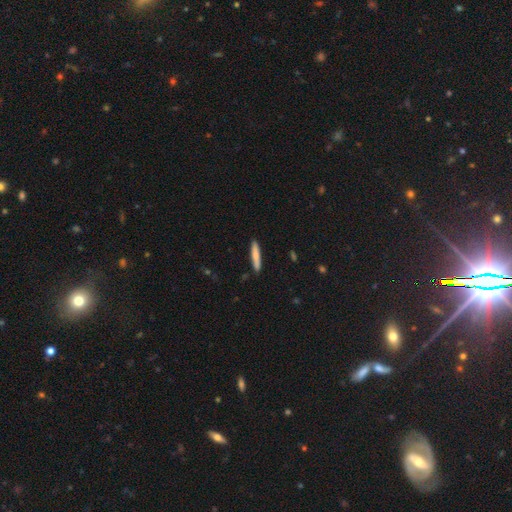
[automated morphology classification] type=smooth (77%); roundness=cigar-shaped (93%); merging=none (90%).